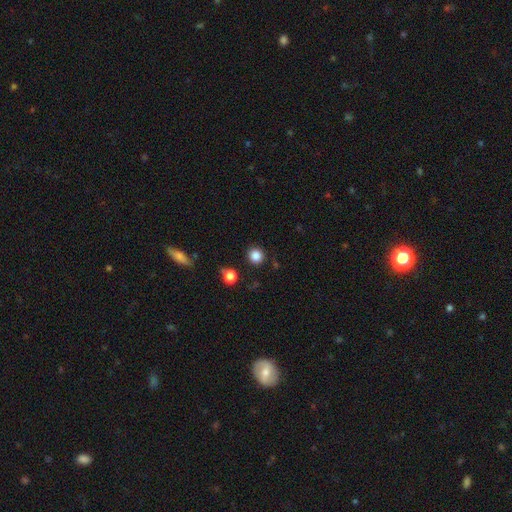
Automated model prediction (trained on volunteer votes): This appears to be a smooth galaxy with no disk features (85%) that is round (90%). Merging: none (88%).